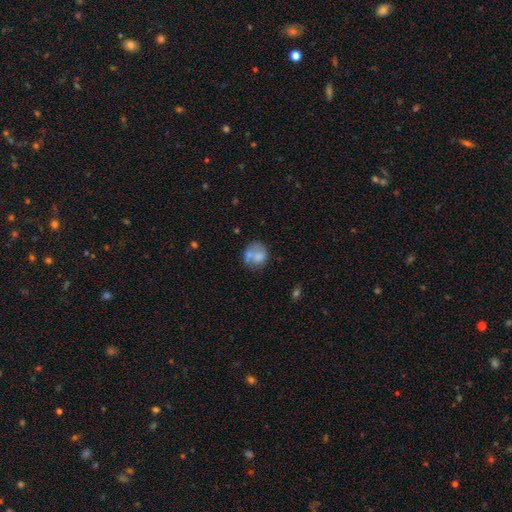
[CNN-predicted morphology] Smooth or featured? smooth (65%)
How rounded? round (67%)
Merging? none (38%)